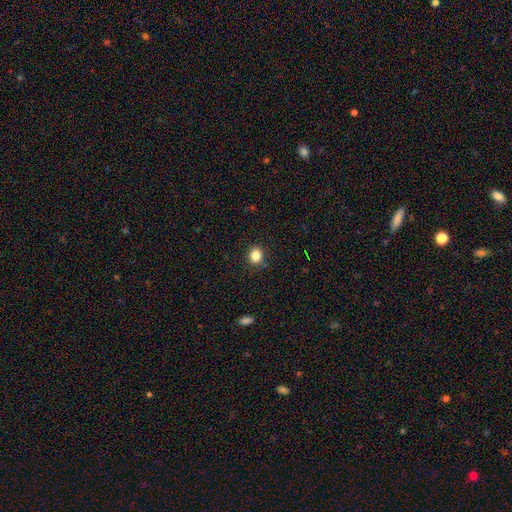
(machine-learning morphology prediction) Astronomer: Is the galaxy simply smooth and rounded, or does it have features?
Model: smooth — 83%.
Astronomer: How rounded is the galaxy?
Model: round — 73%.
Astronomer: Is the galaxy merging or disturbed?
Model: none — 89%.